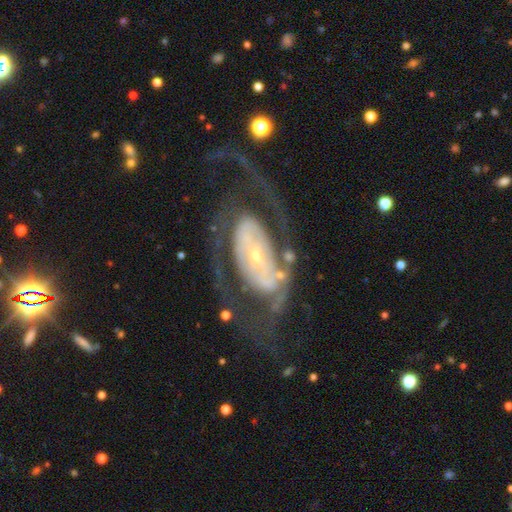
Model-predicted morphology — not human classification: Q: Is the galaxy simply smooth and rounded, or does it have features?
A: featured or disk — 83%.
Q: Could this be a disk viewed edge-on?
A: no — 93%.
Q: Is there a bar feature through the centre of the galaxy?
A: no — 57%.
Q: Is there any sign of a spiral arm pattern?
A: yes — 75%.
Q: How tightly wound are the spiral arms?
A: tight — 39%.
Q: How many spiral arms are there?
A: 2 — 59%.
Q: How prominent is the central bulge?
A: small — 67%.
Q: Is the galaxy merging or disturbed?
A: none — 50%.